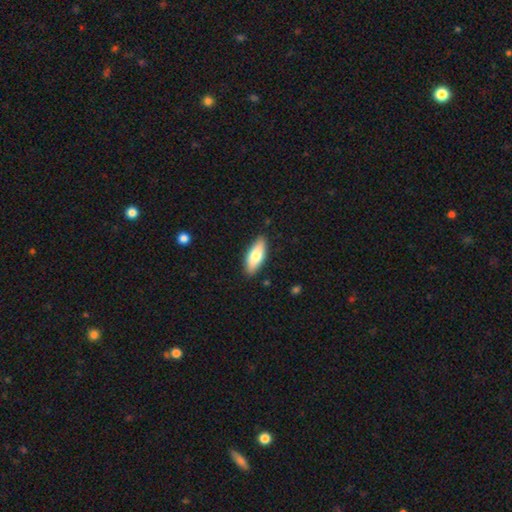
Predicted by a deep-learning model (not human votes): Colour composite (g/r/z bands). It shows a smooth galaxy with no disk features (72%) that is in between round and cigar-shaped (72%). Merging: none (87%).